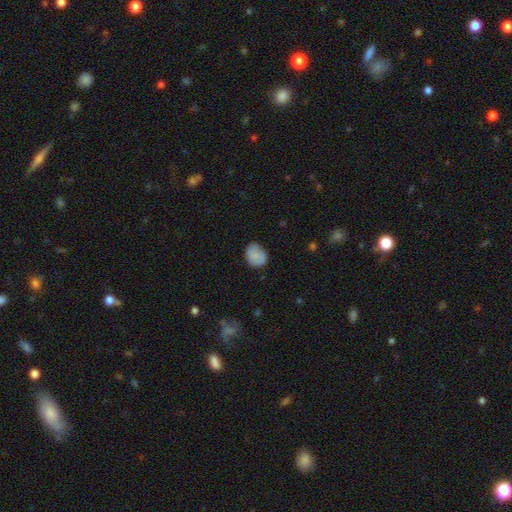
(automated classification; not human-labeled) Q: Smooth or featured?
A: smooth (83%); runner-up: featured or disk (9%)
Q: How rounded?
A: round (50%); runner-up: in between (49%)
Q: Merging?
A: none (76%); runner-up: minor disturbance (20%)